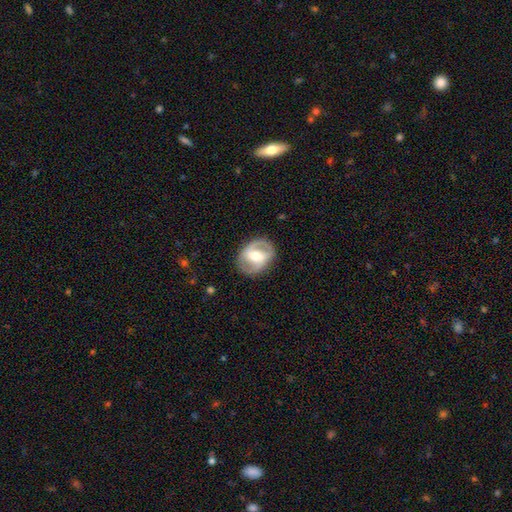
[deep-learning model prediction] Smooth or featured?
  - featured or disk: 77% *
  - smooth: 18%
  - star or artifact: 5%
Edge-on disk?
  - no: 96% *
  - yes: 4%
Bar?
  - weak: 40% *
  - strong: 38%
  - no: 22%
Spiral arms?
  - yes: 81% *
  - no: 19%
Spiral winding?
  - medium: 49% *
  - tight: 31%
  - loose: 20%
Spiral arm count?
  - 2: 87% *
  - can't tell: 7%
  - 1: 3%
  - 3: 2%
  - 4: 1%
  - more than 4: 1%
Bulge size?
  - moderate: 68% *
  - small: 22%
  - large: 8%
  - none: 1%
  - dominant: 1%
Merging?
  - none: 82% *
  - minor disturbance: 12%
  - major disturbance: 5%
  - merger: 1%